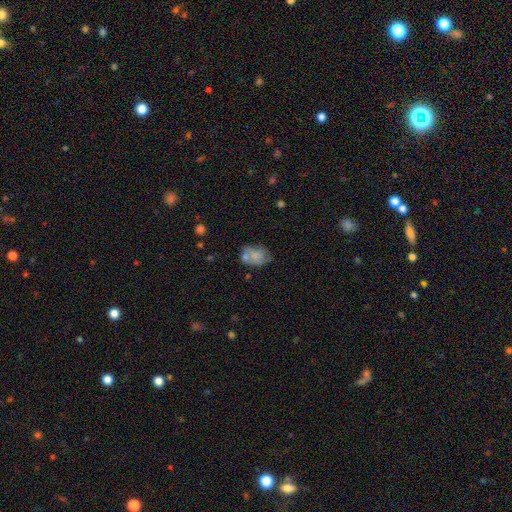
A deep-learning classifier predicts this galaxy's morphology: A smooth galaxy with no disk features (61%) that is in between round and cigar-shaped (75%).

Vote fractions:
- Smooth or featured? smooth: 61% / featured or disk: 30% / star or artifact: 9%
- How rounded? in between: 75% / round: 23% / cigar-shaped: 1%
- Merging? none: 39% / merger: 26% / minor disturbance: 23% / major disturbance: 13%